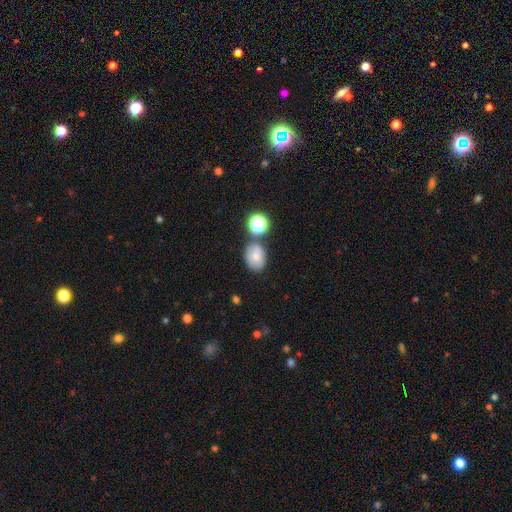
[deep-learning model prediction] Morphology: type=smooth (61%); roundness=in between (64%); merging=none (61%).